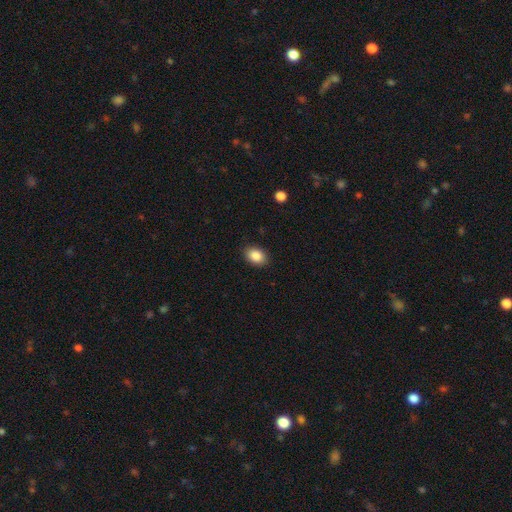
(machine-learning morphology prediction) type=smooth (87%); roundness=in between (78%); merging=none (88%).